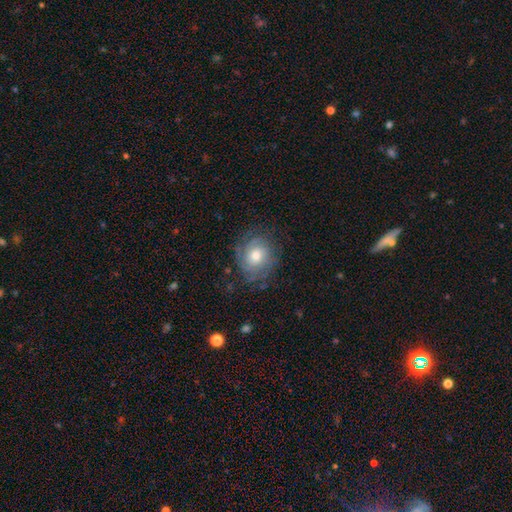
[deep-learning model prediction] Smooth or featured?
  - featured or disk: 63% *
  - smooth: 29%
  - star or artifact: 9%
Edge-on disk?
  - no: 97% *
  - yes: 3%
Bar?
  - no: 77% *
  - weak: 19%
  - strong: 3%
Spiral arms?
  - yes: 86% *
  - no: 14%
Spiral winding?
  - tight: 66% *
  - medium: 25%
  - loose: 8%
Spiral arm count?
  - can't tell: 45% *
  - 2: 22%
  - 3: 16%
  - 4: 7%
  - 1: 6%
  - more than 4: 5%
Bulge size?
  - moderate: 66% *
  - small: 21%
  - large: 10%
  - none: 1%
  - dominant: 1%
Merging?
  - none: 73% *
  - minor disturbance: 17%
  - major disturbance: 8%
  - merger: 1%